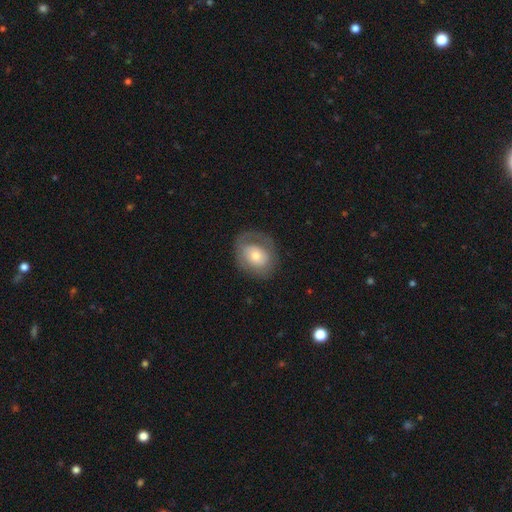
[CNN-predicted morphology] The model was most divided on "how rounded": round: 52%, in between: 47%, cigar-shaped: 1%. More confident: merging — none (67%); smooth or featured — smooth (50%).